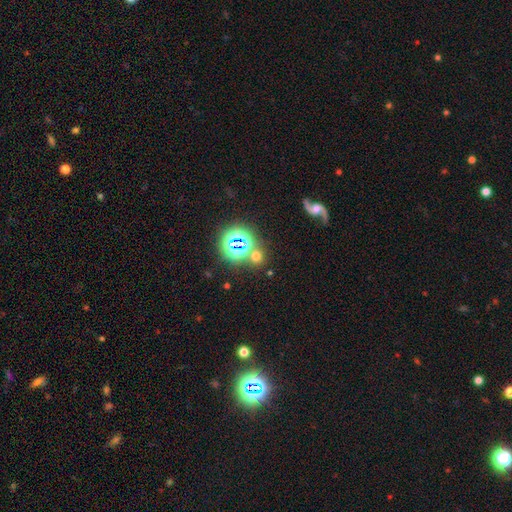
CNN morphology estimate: A smooth galaxy with no disk features (51%) that is round (84%).

Vote fractions:
- Smooth or featured? smooth: 51% / star or artifact: 38% / featured or disk: 11%
- How rounded? round: 84% / in between: 14% / cigar-shaped: 2%
- Merging? none: 72% / merger: 15% / minor disturbance: 8% / major disturbance: 5%